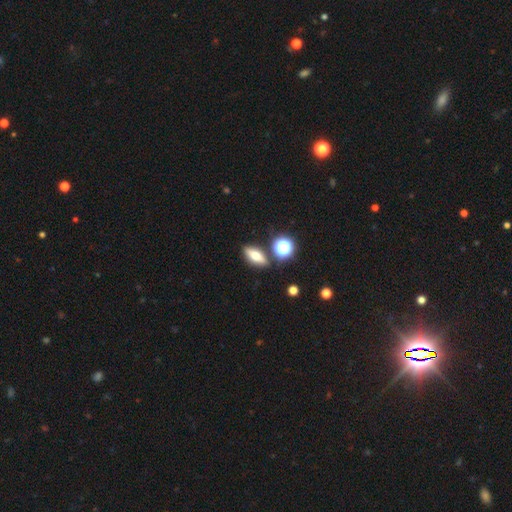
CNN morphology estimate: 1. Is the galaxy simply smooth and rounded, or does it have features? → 60% smooth, 27% featured or disk, 13% star or artifact.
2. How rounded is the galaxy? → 63% in between, 23% cigar-shaped, 14% round.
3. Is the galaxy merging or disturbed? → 80% none, 10% minor disturbance, 7% merger, 3% major disturbance.